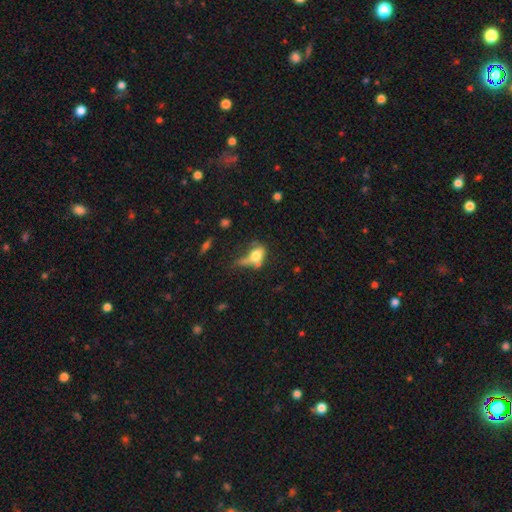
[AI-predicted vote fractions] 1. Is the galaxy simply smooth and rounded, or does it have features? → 64% smooth, 24% featured or disk, 12% star or artifact.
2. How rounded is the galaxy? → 74% in between, 20% round, 6% cigar-shaped.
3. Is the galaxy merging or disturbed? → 29% major disturbance, 25% none, 23% merger, 22% minor disturbance.